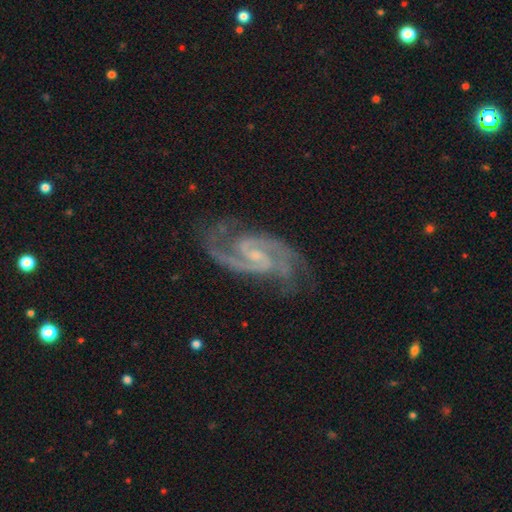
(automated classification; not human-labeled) The model was most divided on "bar": weak: 53%, no: 29%, strong: 18%. More confident: spiral arms — yes (99%); edge-on disk — no (98%); smooth or featured — featured or disk (93%); spiral arm count — 2 (89%); merging — none (74%); bulge size — small (64%); spiral winding — medium (61%).